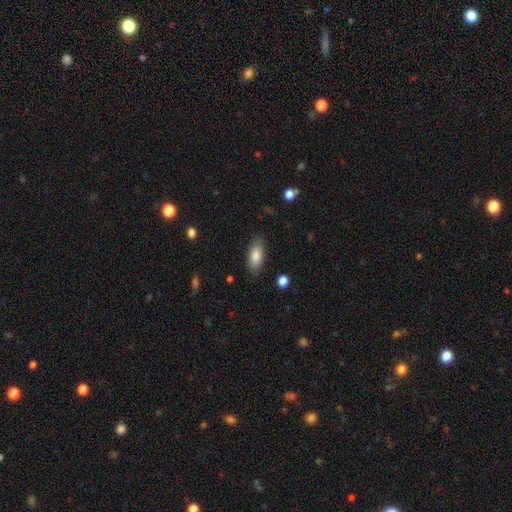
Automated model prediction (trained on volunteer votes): Smooth or featured? smooth (83%)
How rounded? in between (84%)
Merging? none (84%)